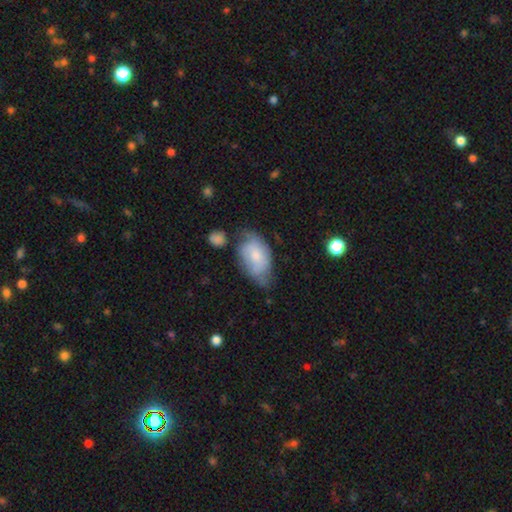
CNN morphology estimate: The model was most divided on "merging": none: 41%, minor disturbance: 37%, major disturbance: 15%, merger: 6%. More confident: how rounded — in between (90%); smooth or featured — smooth (59%).